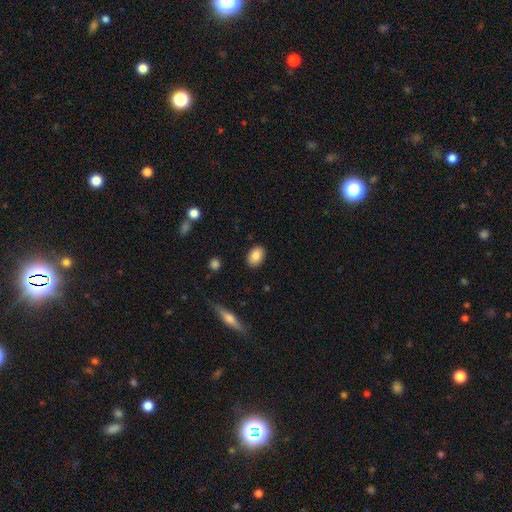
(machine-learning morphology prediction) A smooth galaxy with no disk features (87%) that is in between round and cigar-shaped (82%). Merging: none (88%).